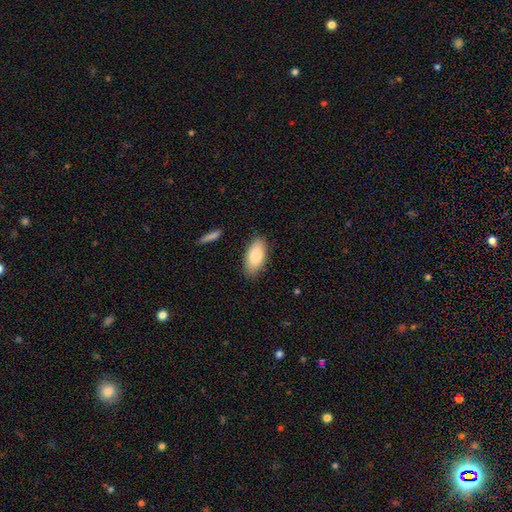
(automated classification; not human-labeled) A smooth galaxy with no disk features (86%) that is in between round and cigar-shaped (92%). Merging: none (85%).